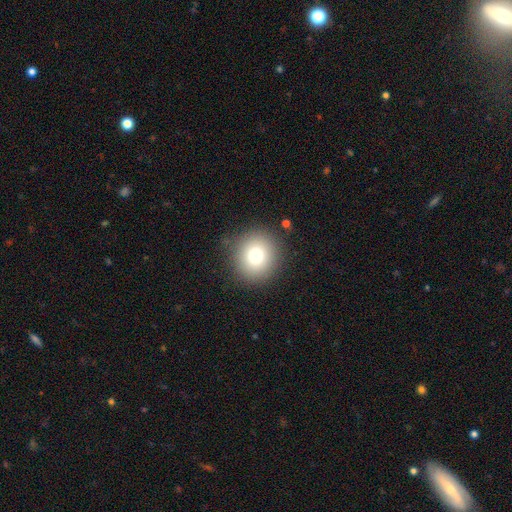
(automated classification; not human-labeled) Smooth or featured?
  - smooth: 77% *
  - star or artifact: 12%
  - featured or disk: 11%
How rounded?
  - round: 90% *
  - in between: 9%
  - cigar-shaped: 1%
Merging?
  - none: 87% *
  - minor disturbance: 8%
  - major disturbance: 3%
  - merger: 2%